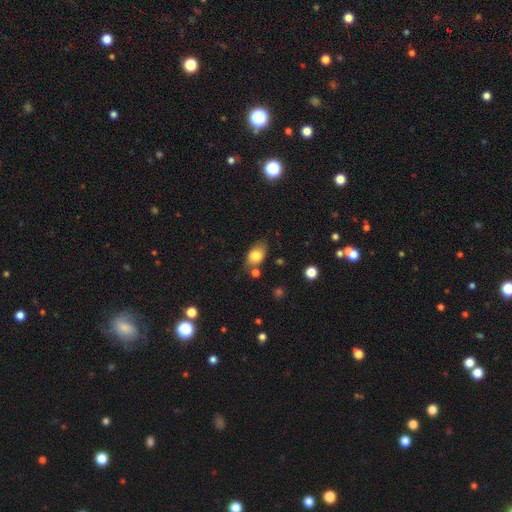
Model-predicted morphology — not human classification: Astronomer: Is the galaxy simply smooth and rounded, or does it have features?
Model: smooth — 79%.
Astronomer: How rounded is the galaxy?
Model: in between — 83%.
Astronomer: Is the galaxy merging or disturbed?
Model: none — 67%.